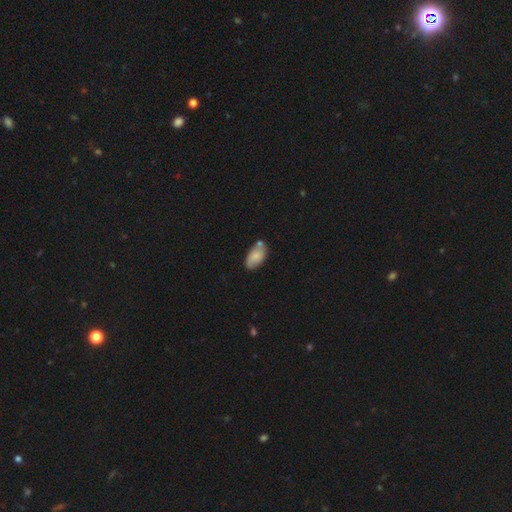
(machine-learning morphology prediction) Overall: smooth (75%). How rounded: in between (94%). Merging: none (62%).